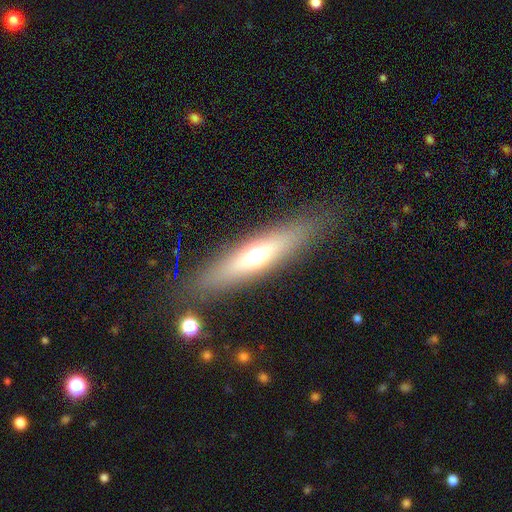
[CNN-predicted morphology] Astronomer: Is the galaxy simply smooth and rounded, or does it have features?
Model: smooth — 53% (runner-up: featured or disk, 39%).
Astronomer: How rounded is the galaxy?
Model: cigar-shaped — 67%.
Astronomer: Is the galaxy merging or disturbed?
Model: none — 84%.